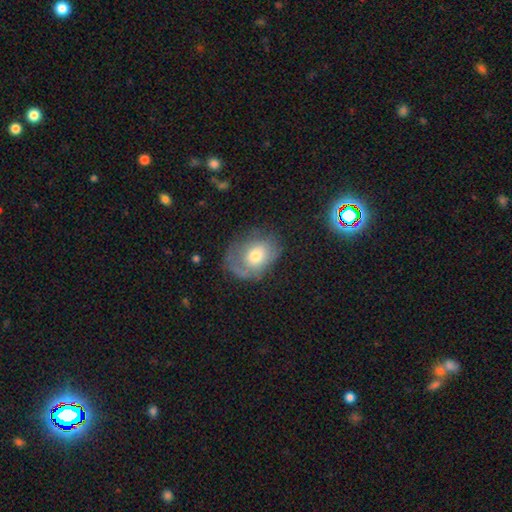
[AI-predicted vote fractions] This appears to be a smooth galaxy with no disk features (59%) that is in between round and cigar-shaped (61%). Merging: none (46%).